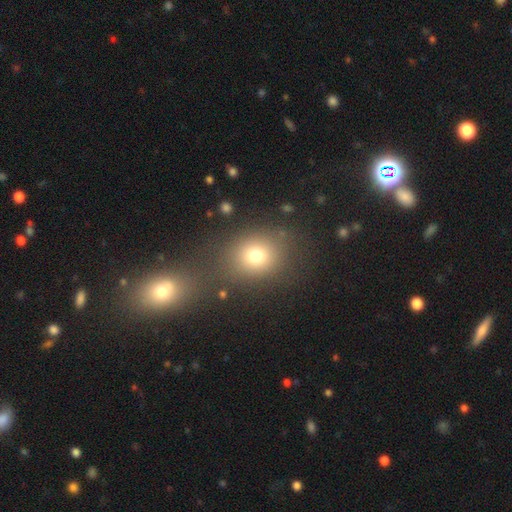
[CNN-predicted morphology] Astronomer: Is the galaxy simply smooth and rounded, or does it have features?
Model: smooth — 74%.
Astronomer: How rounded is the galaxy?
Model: round — 62%.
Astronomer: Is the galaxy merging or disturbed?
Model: none — 64%.